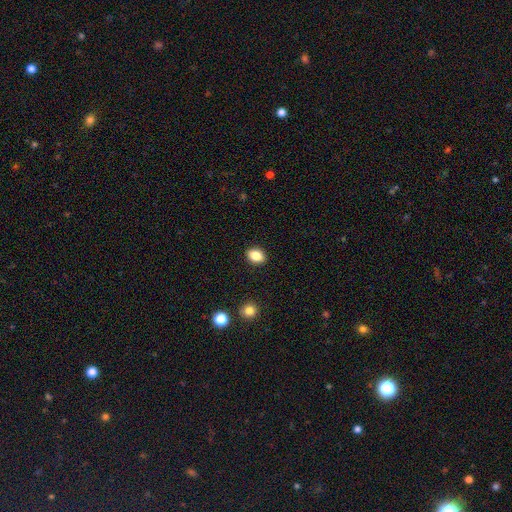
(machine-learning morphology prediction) Smooth or featured? smooth (85%)
How rounded? in between (70%)
Merging? none (90%)